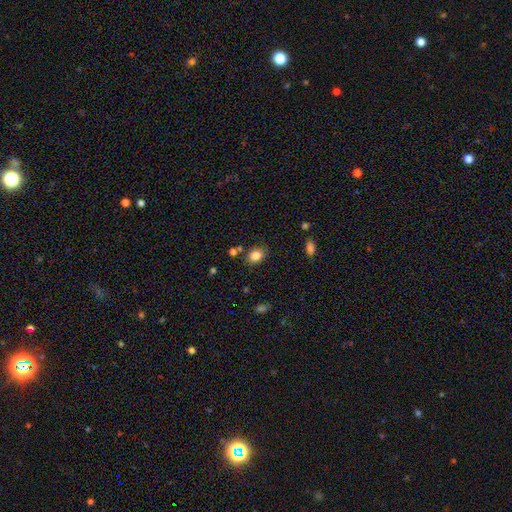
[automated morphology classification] type=smooth (84%); roundness=in between (62%); merging=none (79%).